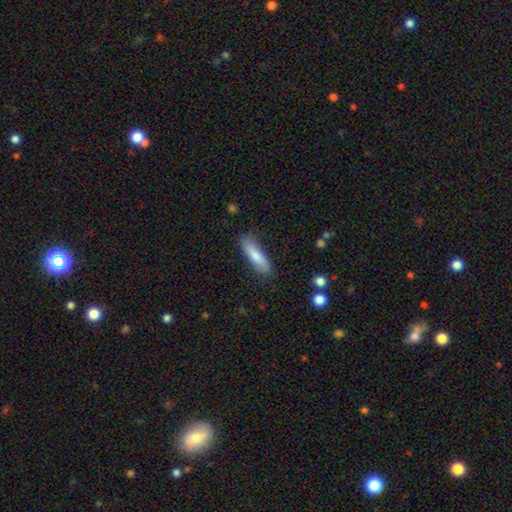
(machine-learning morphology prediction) This is clearly a smooth galaxy (81%). How rounded: likely cigar-shaped (64%). Merging: clearly none (80%).